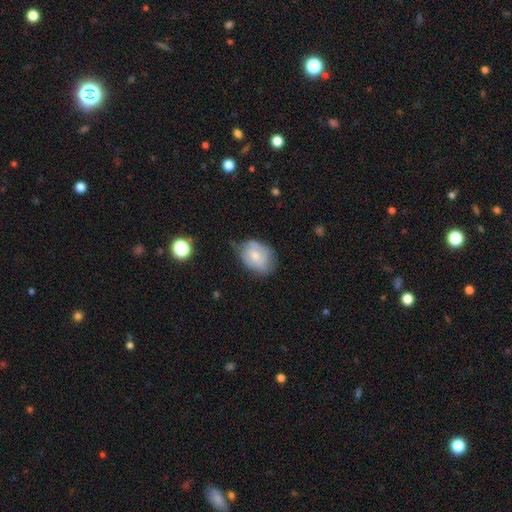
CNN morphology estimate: The model was most divided on "merging": none: 45%, minor disturbance: 40%, major disturbance: 12%, merger: 3%. More confident: how rounded — in between (69%); smooth or featured — smooth (63%).